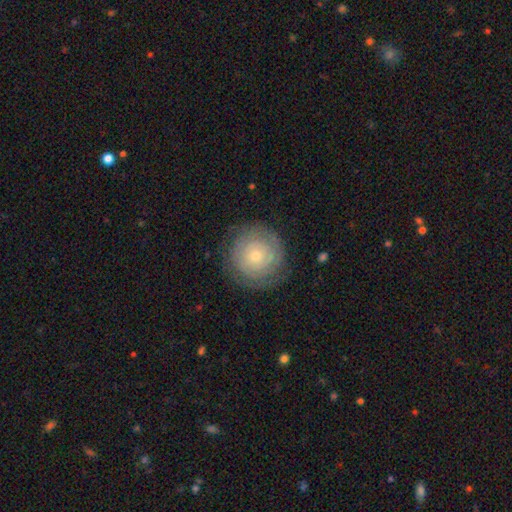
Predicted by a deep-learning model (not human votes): Smooth or featured? Predicted: featured or disk (p=0.56). Edge-on disk? Predicted: no (p=0.97). Bar? Predicted: no (p=0.87). Spiral arms? Predicted: yes (p=0.74). Bulge size? Predicted: small (p=0.69). Merging? Predicted: none (p=0.82).